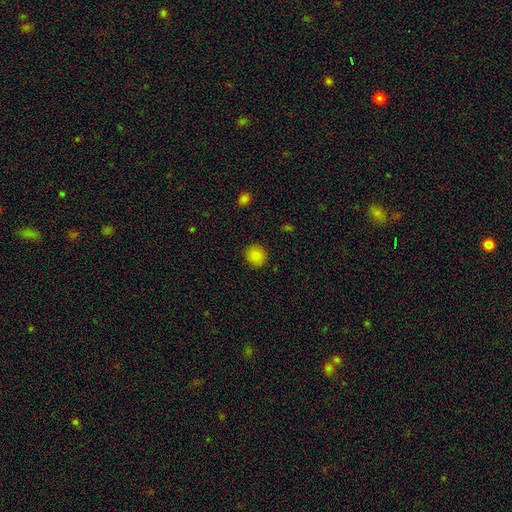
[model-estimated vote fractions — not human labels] Smooth or featured?
  - smooth: 86% *
  - star or artifact: 10%
  - featured or disk: 4%
How rounded?
  - round: 88% *
  - in between: 11%
  - cigar-shaped: 1%
Merging?
  - none: 90% *
  - minor disturbance: 7%
  - major disturbance: 2%
  - merger: 1%